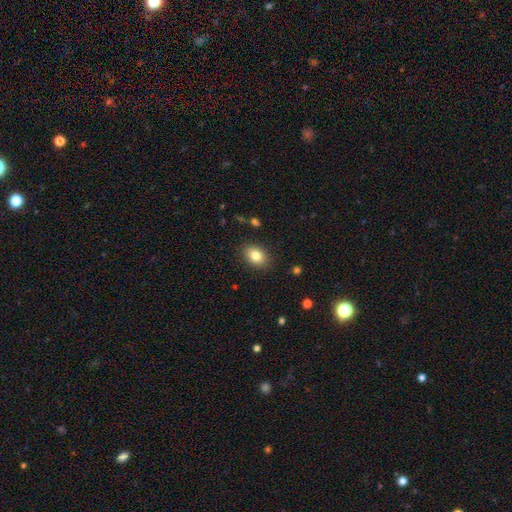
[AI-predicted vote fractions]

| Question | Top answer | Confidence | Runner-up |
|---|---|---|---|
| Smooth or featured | smooth | 82% | featured or disk (9%) |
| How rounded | in between | 75% | round (24%) |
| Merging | none | 88% | minor disturbance (9%) |